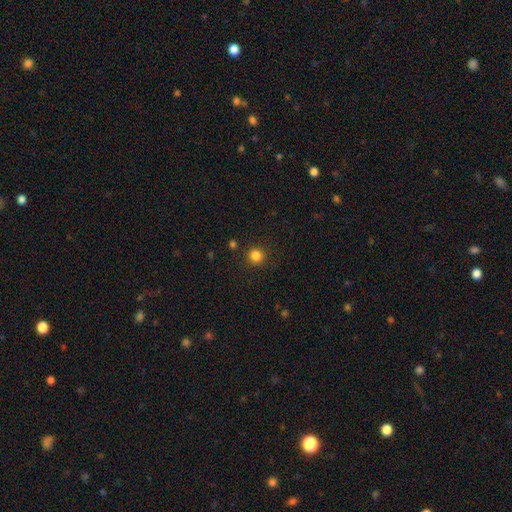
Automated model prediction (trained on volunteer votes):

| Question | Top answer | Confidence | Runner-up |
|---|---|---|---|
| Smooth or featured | smooth | 83% | star or artifact (13%) |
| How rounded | round | 94% | in between (5%) |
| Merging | none | 91% | minor disturbance (6%) |